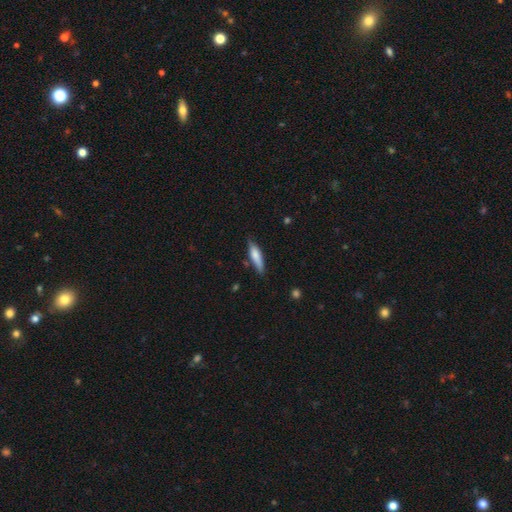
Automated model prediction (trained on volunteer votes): Overall: smooth (71%). How rounded: cigar-shaped (72%). Merging: none (73%).